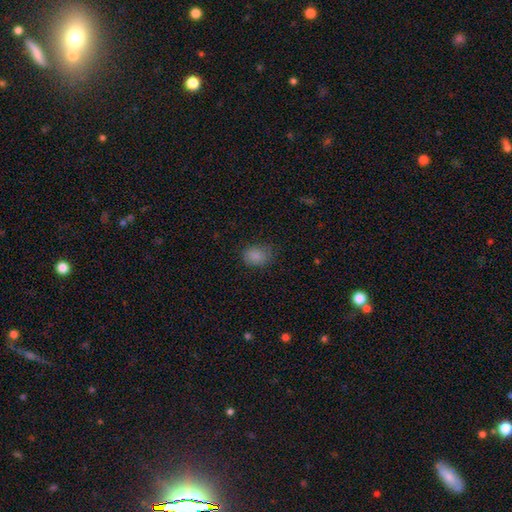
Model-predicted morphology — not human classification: This is clearly a smooth galaxy (86%). How rounded: likely in between (62%). Merging: likely none (74%).